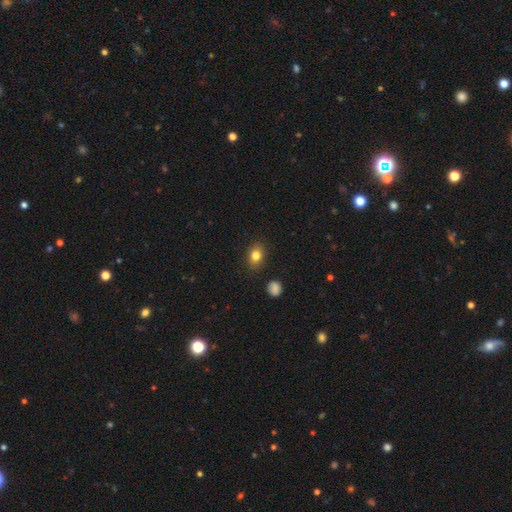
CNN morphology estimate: smooth_or_featured: smooth (p=0.81) [alt: star or artifact p=0.10]
how_rounded: in between (p=0.68) [alt: round p=0.30]
merging: none (p=0.87) [alt: minor disturbance p=0.09]